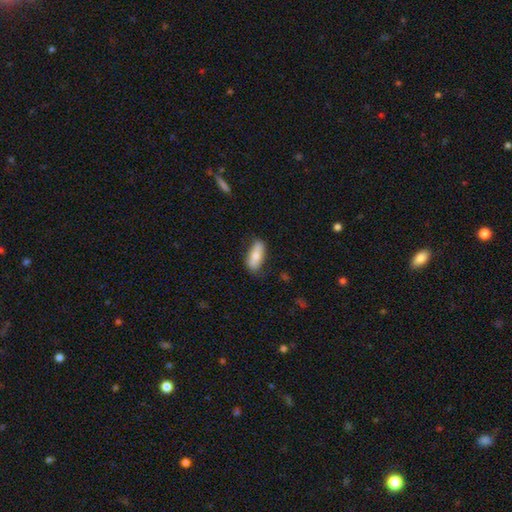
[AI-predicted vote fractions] Q: Smooth or featured?
A: smooth (74%); runner-up: featured or disk (19%)
Q: How rounded?
A: in between (75%); runner-up: cigar-shaped (22%)
Q: Merging?
A: none (76%); runner-up: minor disturbance (19%)